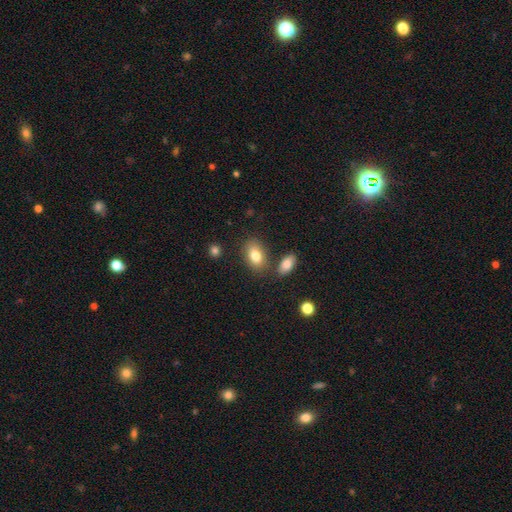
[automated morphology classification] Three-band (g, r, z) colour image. It shows a smooth galaxy with no disk features (80%) that is in between round and cigar-shaped (88%). Merging: none (72%).